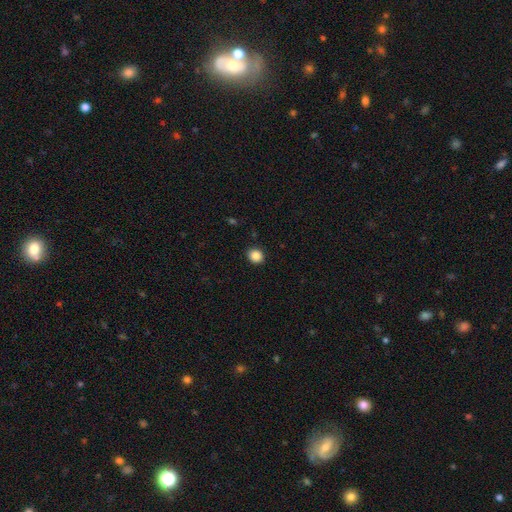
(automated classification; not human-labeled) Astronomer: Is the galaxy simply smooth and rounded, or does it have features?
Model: smooth — 87%.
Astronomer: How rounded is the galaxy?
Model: round — 71%.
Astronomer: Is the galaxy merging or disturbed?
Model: none — 91%.